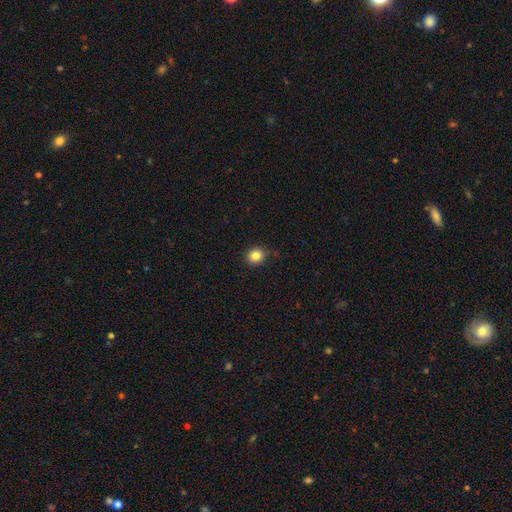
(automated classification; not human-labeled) smooth 84%, star or artifact 11%, featured or disk 5%. Down the decision tree: how rounded — round (79%); merging — none (88%).